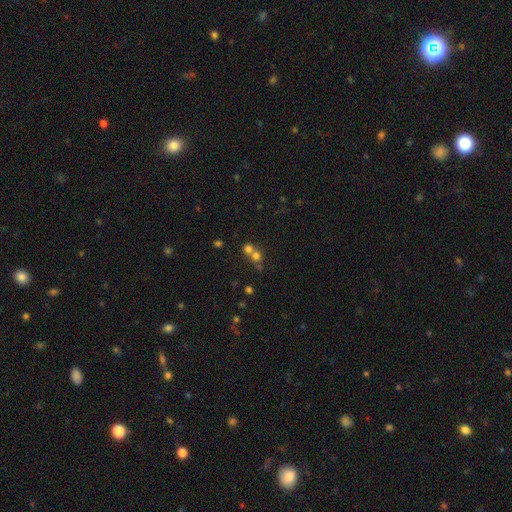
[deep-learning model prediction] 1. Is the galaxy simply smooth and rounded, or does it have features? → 65% smooth, 20% star or artifact, 14% featured or disk.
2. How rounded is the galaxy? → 85% round, 14% in between, 1% cigar-shaped.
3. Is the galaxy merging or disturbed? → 55% merger, 37% none, 5% minor disturbance, 3% major disturbance.